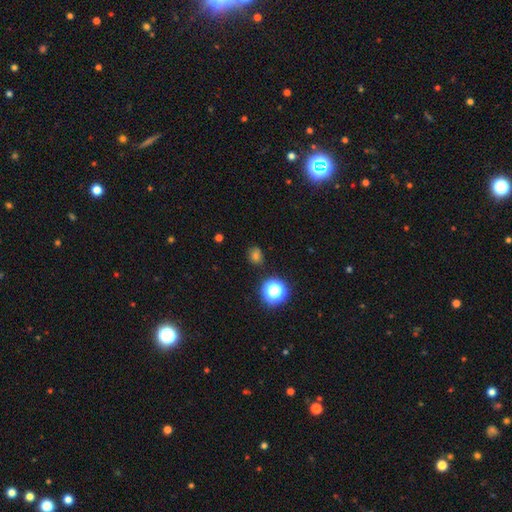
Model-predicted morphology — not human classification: This appears to be a smooth galaxy with no disk features (56%) that is round (74%). Merging: none (85%).